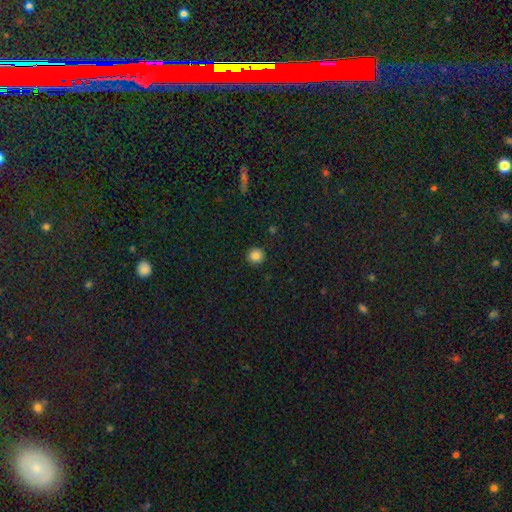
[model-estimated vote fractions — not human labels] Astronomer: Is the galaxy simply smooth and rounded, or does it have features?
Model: smooth — 85%.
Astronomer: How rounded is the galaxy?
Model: round — 94%.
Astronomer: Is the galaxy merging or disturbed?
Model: none — 92%.